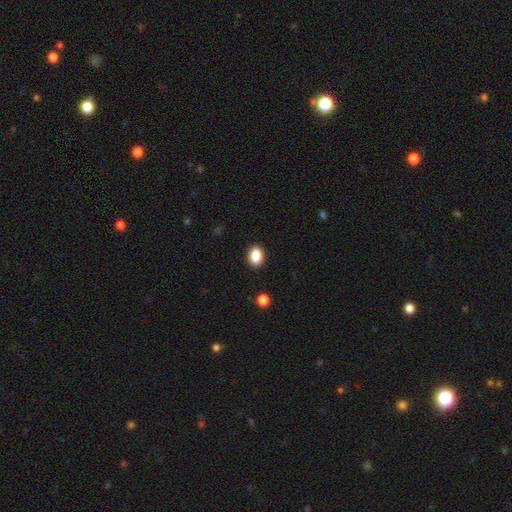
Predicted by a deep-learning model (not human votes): A smooth galaxy with no disk features (88%) that is in between round and cigar-shaped (78%).

Vote fractions:
- Smooth or featured? smooth: 88% / star or artifact: 9% / featured or disk: 3%
- How rounded? in between: 78% / round: 20% / cigar-shaped: 1%
- Merging? none: 90% / minor disturbance: 7% / major disturbance: 2% / merger: 1%